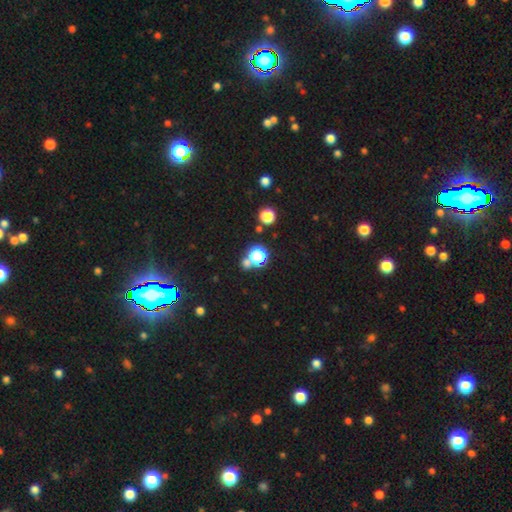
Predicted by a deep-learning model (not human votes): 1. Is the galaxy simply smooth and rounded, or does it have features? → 48% smooth, 45% star or artifact, 8% featured or disk.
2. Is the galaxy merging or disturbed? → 66% none, 22% merger, 8% minor disturbance, 4% major disturbance.